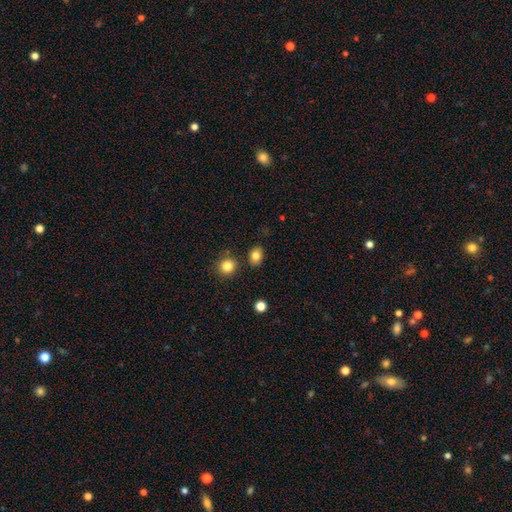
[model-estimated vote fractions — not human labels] This appears to be a smooth galaxy with no disk features (82%) that is in between round and cigar-shaped (64%). Merging: none (83%).